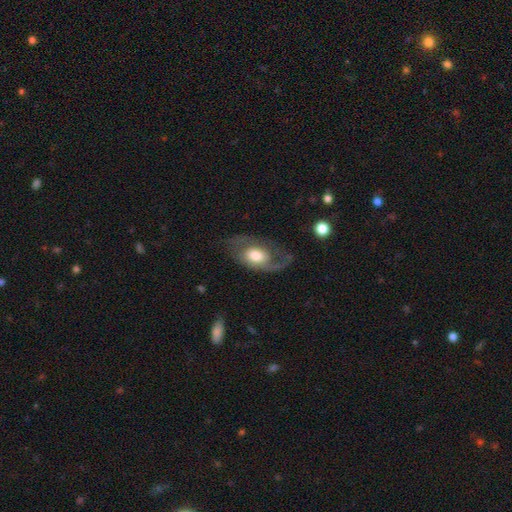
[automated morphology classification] Smooth or featured? featured or disk (71%)
Edge-on disk? no (95%)
Bar? no (69%)
Spiral arms? yes (83%)
Spiral winding? medium (44%)
Spiral arm count? 2 (71%)
Bulge size? moderate (51%)
Merging? none (59%)